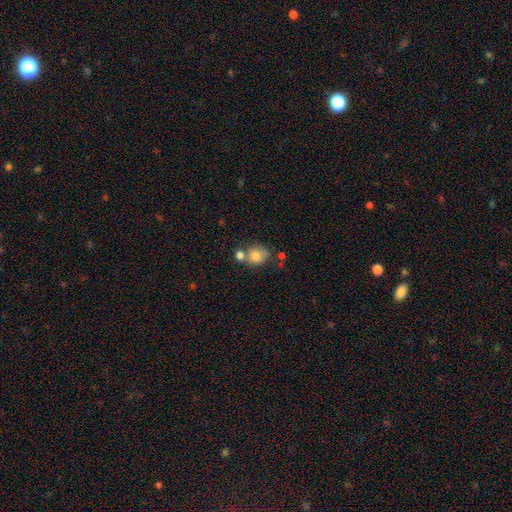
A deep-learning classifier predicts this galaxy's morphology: A smooth galaxy with no disk features (79%) that is round (59%). Merging: none (47%).